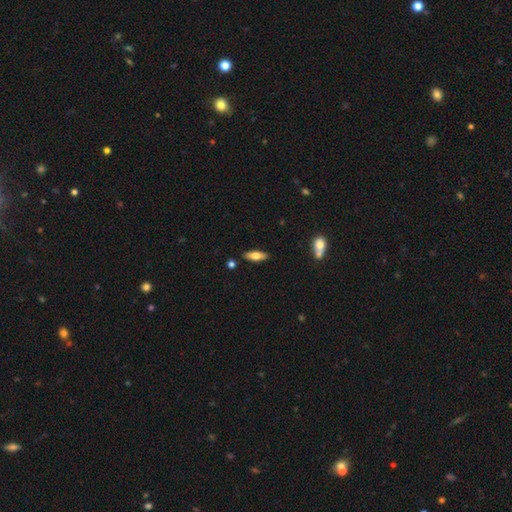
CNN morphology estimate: Overall: smooth (67%; featured or disk 27%). How rounded: in between (59%; cigar-shaped 39%). Merging: none (85%).